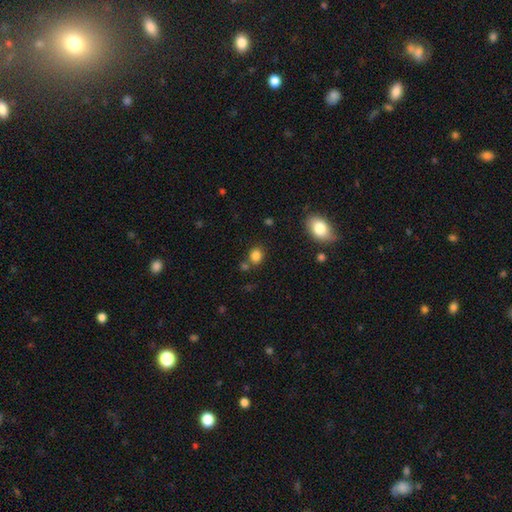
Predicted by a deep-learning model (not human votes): Smooth or featured?
  - smooth: 82% *
  - star or artifact: 13%
  - featured or disk: 5%
How rounded?
  - round: 64% *
  - in between: 35%
  - cigar-shaped: 1%
Merging?
  - none: 71% *
  - merger: 13%
  - minor disturbance: 12%
  - major disturbance: 4%